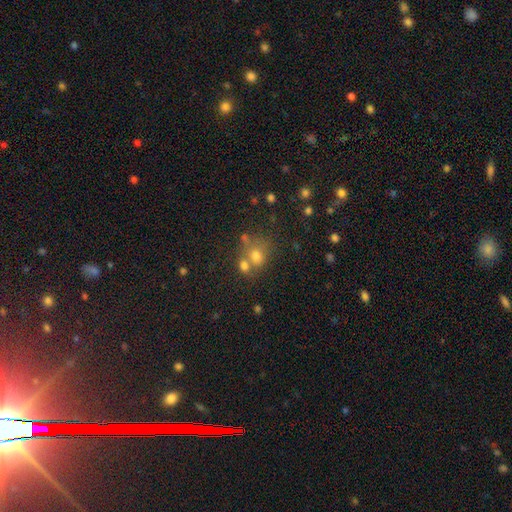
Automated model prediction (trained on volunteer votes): Overall: smooth (65%). How rounded: round (68%; in between 30%). Merging: none (43%; merger 41%).